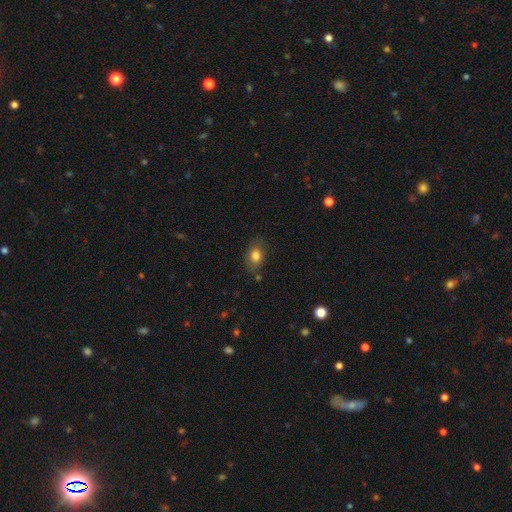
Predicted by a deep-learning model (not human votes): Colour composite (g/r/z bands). It shows a smooth galaxy with no disk features (79%) that is in between round and cigar-shaped (73%). Merging: none (73%).